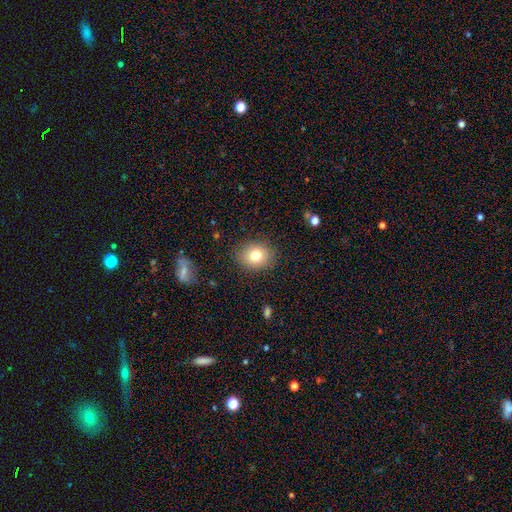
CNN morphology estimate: A smooth galaxy with no disk features (79%) that is round (60%). Merging: none (87%).